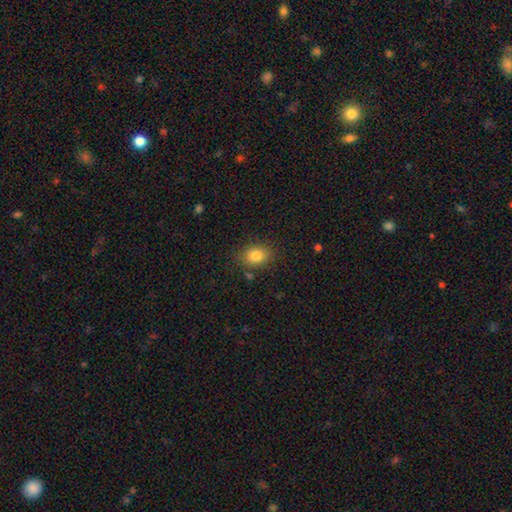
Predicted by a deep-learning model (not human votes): This appears to be a smooth galaxy with no disk features (82%) that is in between round and cigar-shaped (61%). Merging: none (82%).